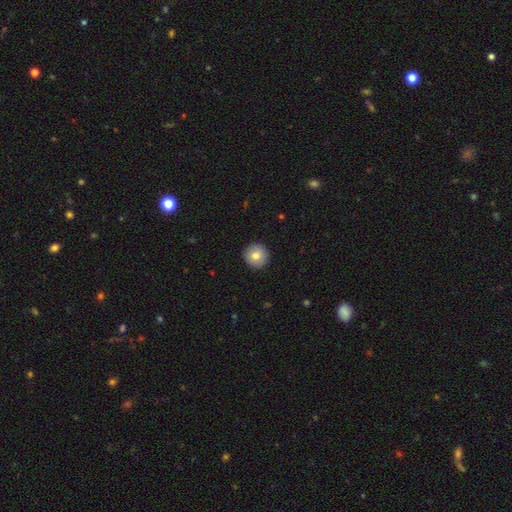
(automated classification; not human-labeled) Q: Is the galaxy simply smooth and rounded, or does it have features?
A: smooth — 79%.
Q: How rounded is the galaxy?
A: round — 96%.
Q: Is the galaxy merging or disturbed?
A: none — 93%.